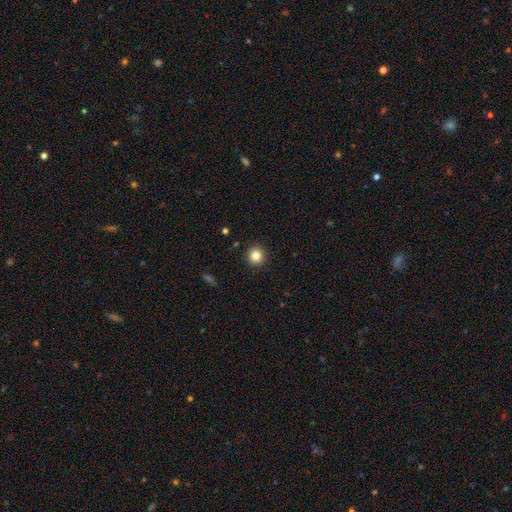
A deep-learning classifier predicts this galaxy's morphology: Smooth or featured?
  - smooth: 84% *
  - star or artifact: 11%
  - featured or disk: 5%
How rounded?
  - round: 93% *
  - in between: 6%
  - cigar-shaped: 1%
Merging?
  - none: 92% *
  - minor disturbance: 5%
  - major disturbance: 2%
  - merger: 1%